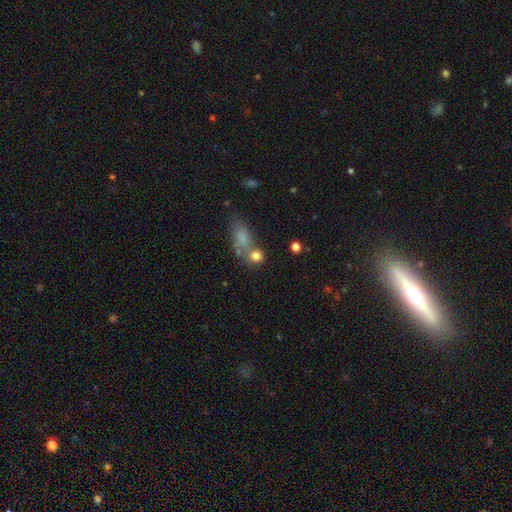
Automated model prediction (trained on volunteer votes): Q: Smooth or featured?
A: smooth (79%); runner-up: star or artifact (12%)
Q: How rounded?
A: round (70%); runner-up: in between (26%)
Q: Merging?
A: none (50%); runner-up: merger (33%)